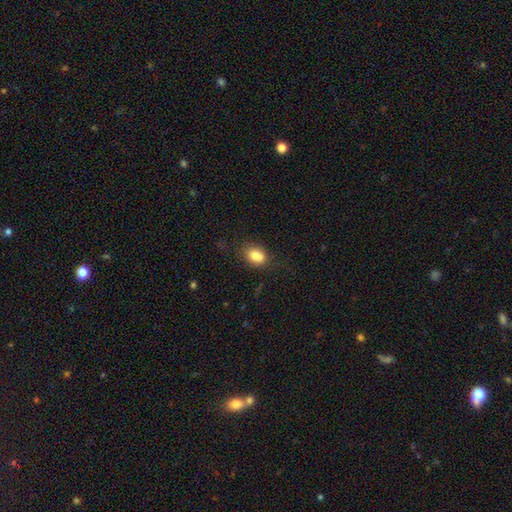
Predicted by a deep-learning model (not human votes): Smooth or featured: smooth — 77% (featured or disk — 13%)
How rounded: in between — 62% (round — 37%)
Merging: none — 58% (merger — 19%)